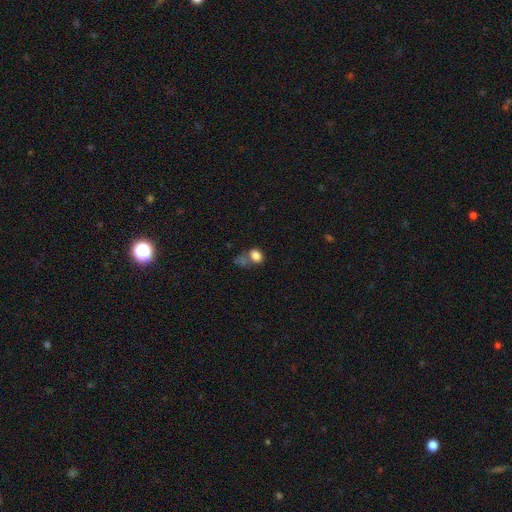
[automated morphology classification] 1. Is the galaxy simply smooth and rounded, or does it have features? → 81% smooth, 11% star or artifact, 8% featured or disk.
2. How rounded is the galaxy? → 61% in between, 38% round, 1% cigar-shaped.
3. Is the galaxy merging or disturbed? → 40% none, 27% merger, 18% minor disturbance, 15% major disturbance.